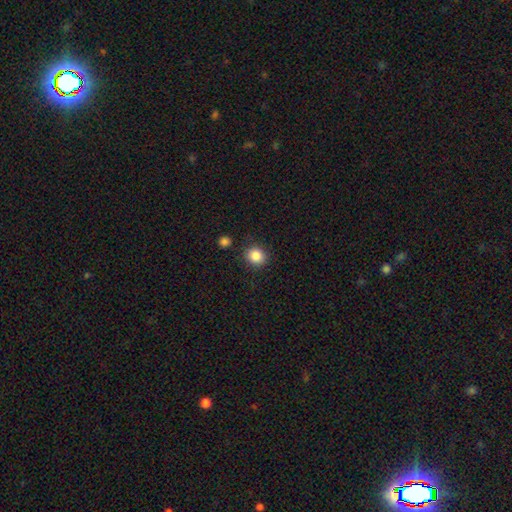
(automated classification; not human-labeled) Smooth or featured?
  - smooth: 86% *
  - star or artifact: 10%
  - featured or disk: 4%
How rounded?
  - round: 85% *
  - in between: 14%
  - cigar-shaped: 1%
Merging?
  - none: 87% *
  - minor disturbance: 8%
  - merger: 3%
  - major disturbance: 3%